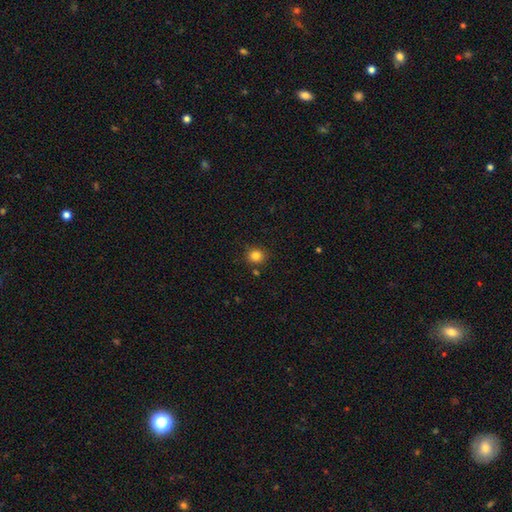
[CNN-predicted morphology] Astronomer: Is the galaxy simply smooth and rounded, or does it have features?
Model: smooth — 83%.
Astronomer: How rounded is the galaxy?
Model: round — 84%.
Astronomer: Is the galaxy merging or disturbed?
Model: none — 83%.